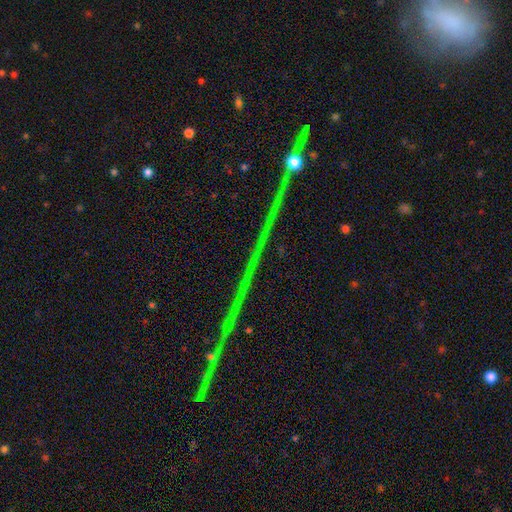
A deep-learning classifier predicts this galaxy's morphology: Smooth or featured? Predicted: star or artifact (p=0.79).